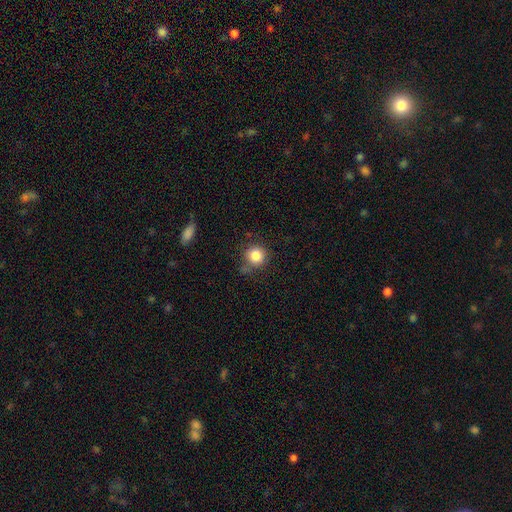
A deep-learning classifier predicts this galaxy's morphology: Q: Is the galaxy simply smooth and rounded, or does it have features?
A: smooth — 85%.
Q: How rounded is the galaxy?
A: round — 92%.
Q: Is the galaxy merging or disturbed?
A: none — 74%.